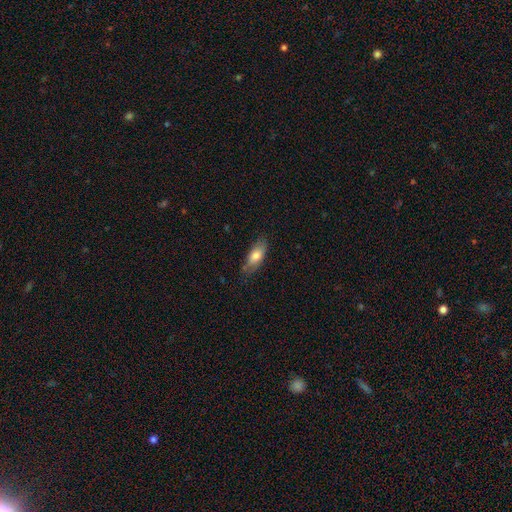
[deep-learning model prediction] Smooth or featured? Predicted: smooth (p=0.73). How rounded? Predicted: in between (p=0.73). Merging? Predicted: none (p=0.73).